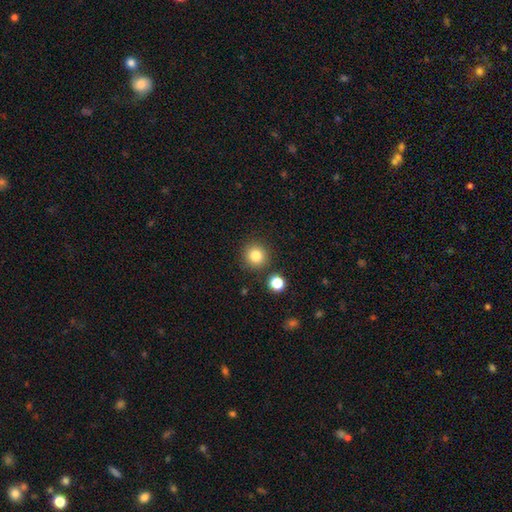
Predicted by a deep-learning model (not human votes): Smooth or featured? smooth (83%)
How rounded? round (94%)
Merging? none (87%)